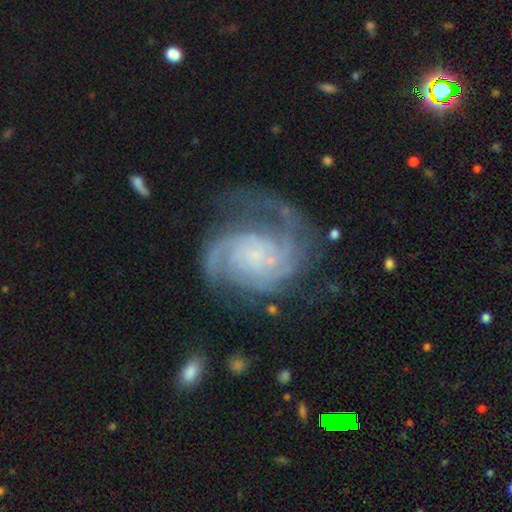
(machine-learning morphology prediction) This appears to be a featured or disk galaxy (90%) with no bar (72%), 2 (44%) tight (49%) spiral arms (98%) and a small central bulge (68%). Merging: none (63%).